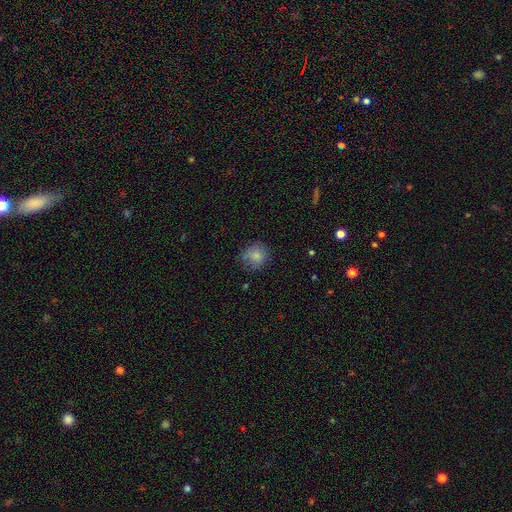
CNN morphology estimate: type=smooth (80%); roundness=round (78%); merging=none (69%).